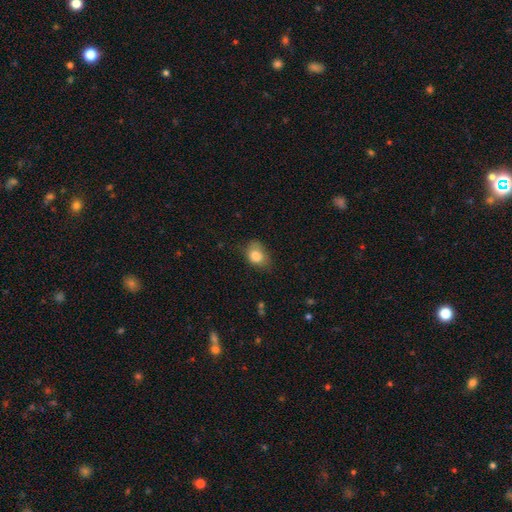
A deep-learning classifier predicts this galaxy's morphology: This is clearly a smooth galaxy (82%). How rounded: likely in between (67%). Merging: possibly none (52%).